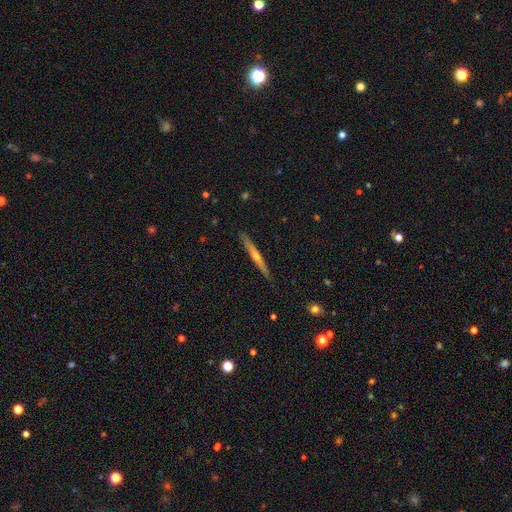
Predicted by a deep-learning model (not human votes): Smooth or featured: featured or disk — 66% (smooth — 28%)
Edge-on disk: yes — 97% (no — 3%)
Edge-on bulge: rounded — 69% (none — 27%)
Merging: none — 89% (minor disturbance — 9%)